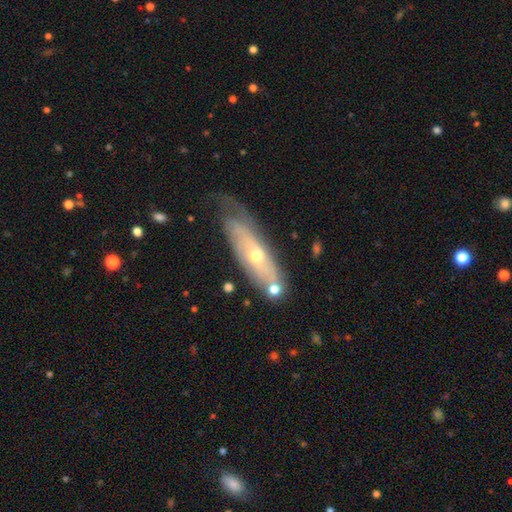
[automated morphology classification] smooth-or-featured: featured or disk: 65% | smooth: 27% | star or artifact: 7%
  disk-edge-on: no: 68% | yes: 32%
  merging: none: 49% | minor disturbance: 30% | major disturbance: 14% | merger: 7%